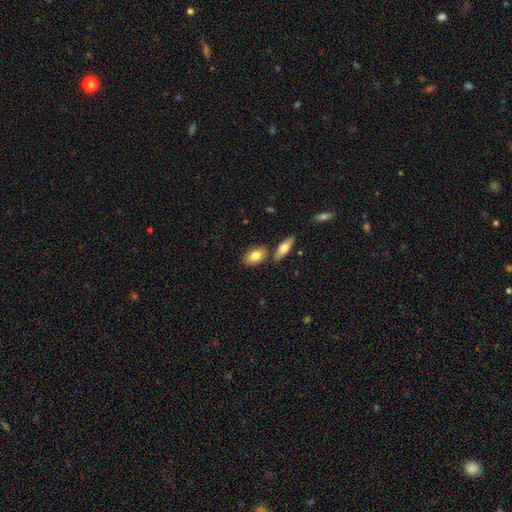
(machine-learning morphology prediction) Smooth or featured: smooth — 80% (featured or disk — 14%)
How rounded: in between — 89% (round — 7%)
Merging: none — 71% (merger — 15%)